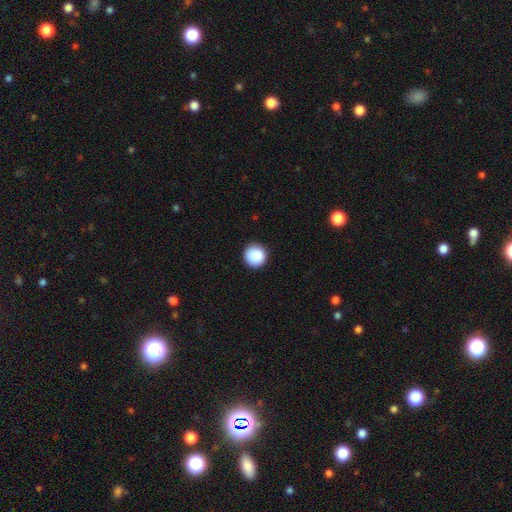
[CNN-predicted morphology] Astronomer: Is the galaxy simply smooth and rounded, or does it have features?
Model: smooth — 88%.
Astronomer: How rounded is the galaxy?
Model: round — 95%.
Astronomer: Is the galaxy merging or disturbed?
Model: none — 91%.